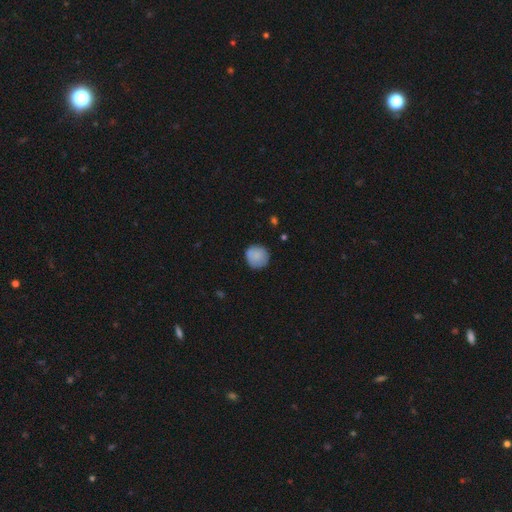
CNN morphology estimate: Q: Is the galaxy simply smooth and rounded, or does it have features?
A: smooth — 84%.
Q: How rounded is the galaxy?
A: round — 93%.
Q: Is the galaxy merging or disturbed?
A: none — 84%.